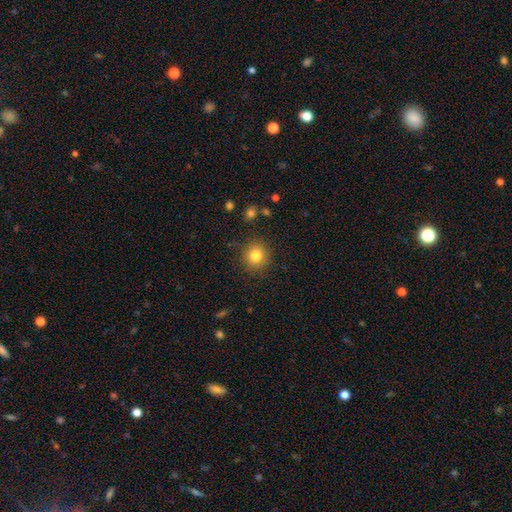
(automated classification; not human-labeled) A smooth galaxy with no disk features (81%) that is round (91%).

Vote fractions:
- Smooth or featured? smooth: 81% / star or artifact: 12% / featured or disk: 7%
- How rounded? round: 91% / in between: 9% / cigar-shaped: 1%
- Merging? none: 88% / minor disturbance: 8% / major disturbance: 3% / merger: 1%